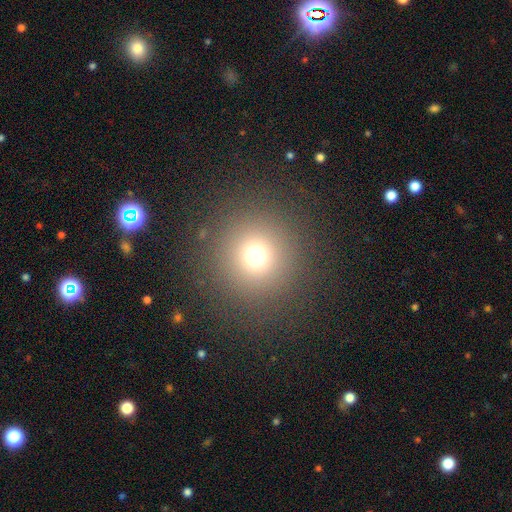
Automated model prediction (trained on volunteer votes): A smooth galaxy with no disk features (70%) that is round (96%).

Vote fractions:
- Smooth or featured? smooth: 70% / star or artifact: 22% / featured or disk: 8%
- How rounded? round: 96% / in between: 3% / cigar-shaped: 1%
- Merging? none: 88% / minor disturbance: 6% / major disturbance: 5% / merger: 2%